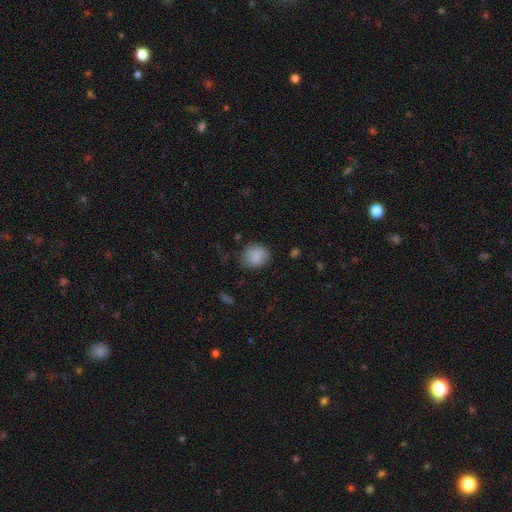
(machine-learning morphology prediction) Smooth or featured: smooth — 87% (star or artifact — 8%)
How rounded: round — 65% (in between — 34%)
Merging: none — 78% (minor disturbance — 17%)